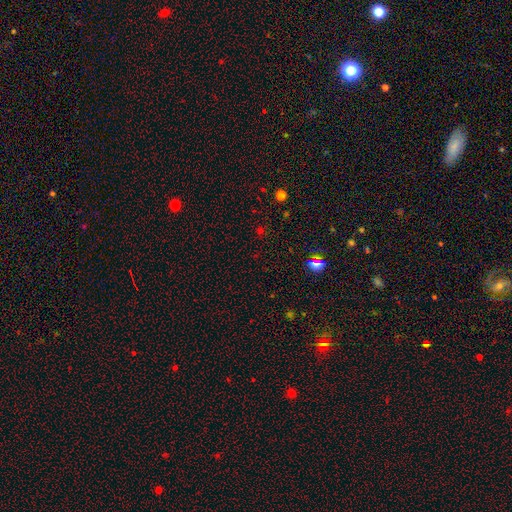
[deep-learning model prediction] Overall: star or artifact (61%; smooth 31%).